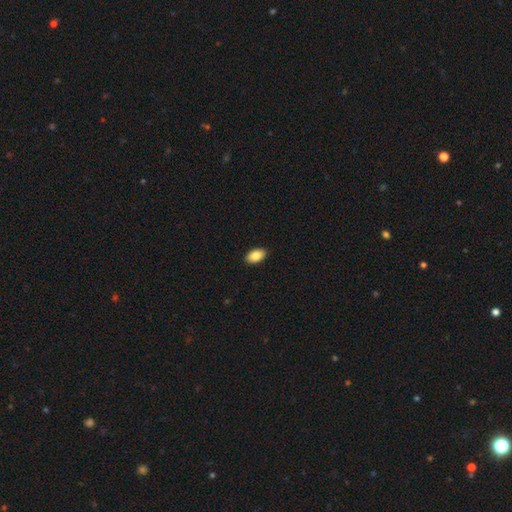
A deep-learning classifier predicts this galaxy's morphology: Q: Smooth or featured?
A: smooth (88%); runner-up: star or artifact (7%)
Q: How rounded?
A: in between (94%); runner-up: round (5%)
Q: Merging?
A: none (90%); runner-up: minor disturbance (7%)